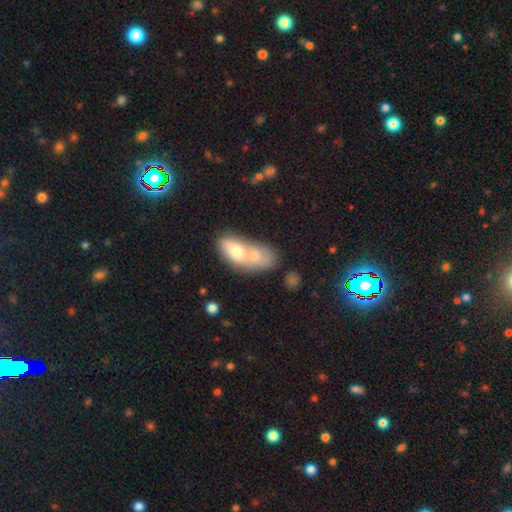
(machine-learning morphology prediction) This appears to be a smooth galaxy with no disk features (68%) that is in between round and cigar-shaped (82%). Merging: merger (73%).